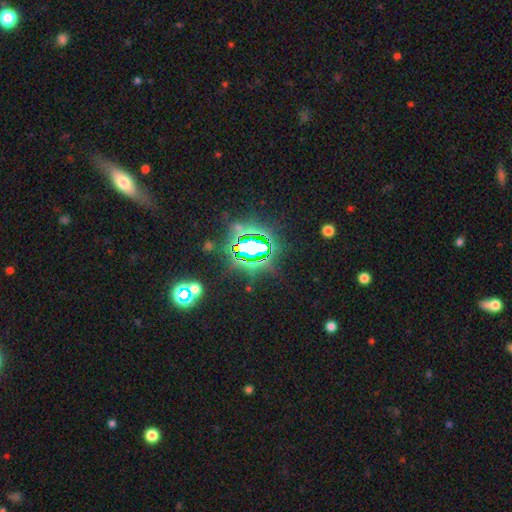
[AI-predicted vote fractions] Overall: star or artifact (78%).